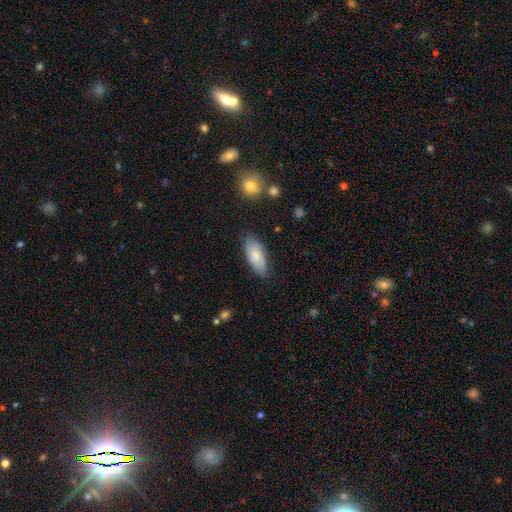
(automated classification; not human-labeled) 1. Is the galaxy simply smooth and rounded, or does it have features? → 76% smooth, 18% featured or disk, 6% star or artifact.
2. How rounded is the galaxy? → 87% in between, 11% cigar-shaped, 2% round.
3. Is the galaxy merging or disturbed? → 74% none, 21% minor disturbance, 3% major disturbance, 2% merger.